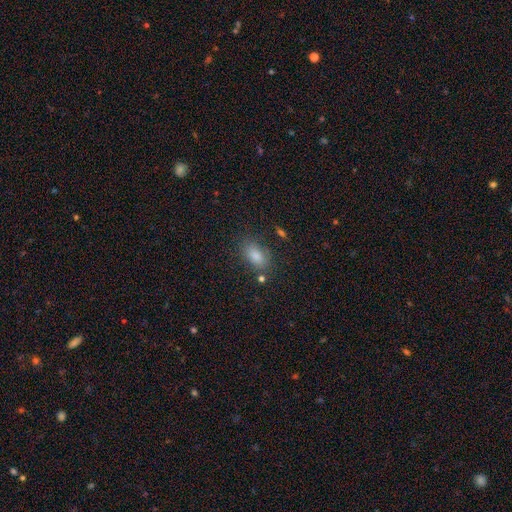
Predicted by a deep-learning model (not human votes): A smooth galaxy with no disk features (80%) that is in between round and cigar-shaped (85%).

Vote fractions:
- Smooth or featured? smooth: 80% / star or artifact: 13% / featured or disk: 7%
- How rounded? in between: 85% / round: 12% / cigar-shaped: 3%
- Merging? none: 80% / minor disturbance: 12% / merger: 5% / major disturbance: 4%